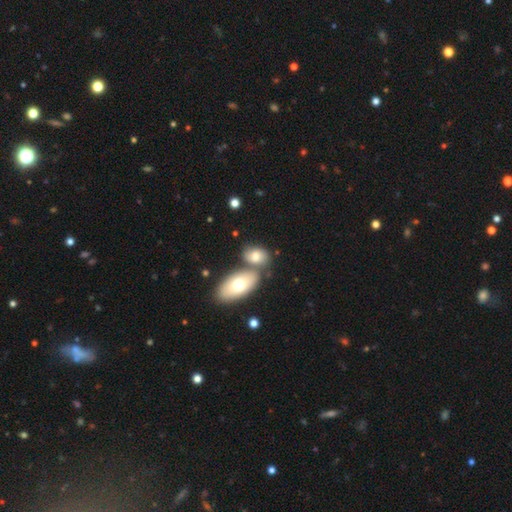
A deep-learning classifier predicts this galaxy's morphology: Smooth or featured?
  - smooth: 73% *
  - featured or disk: 20%
  - star or artifact: 7%
How rounded?
  - in between: 84% *
  - round: 13%
  - cigar-shaped: 2%
Merging?
  - none: 47% *
  - merger: 36%
  - minor disturbance: 12%
  - major disturbance: 4%